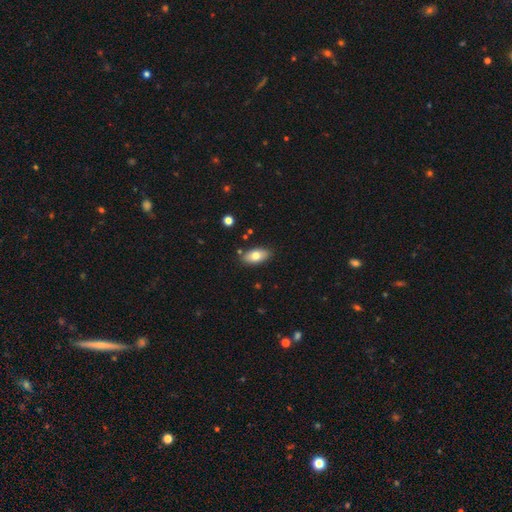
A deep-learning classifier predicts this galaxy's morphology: The model was most divided on "smooth or featured": smooth: 76%, featured or disk: 16%, star or artifact: 7%. More confident: how rounded — in between (90%); merging — none (84%).